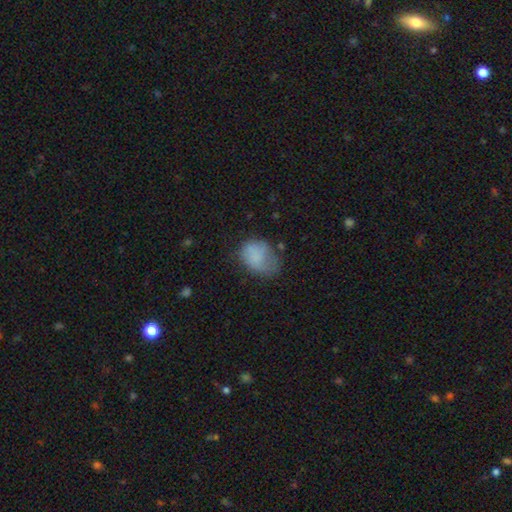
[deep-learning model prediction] smooth 73%, featured or disk 18%, star or artifact 9%. Down the decision tree: how rounded — in between (66%); merging — none (37%).